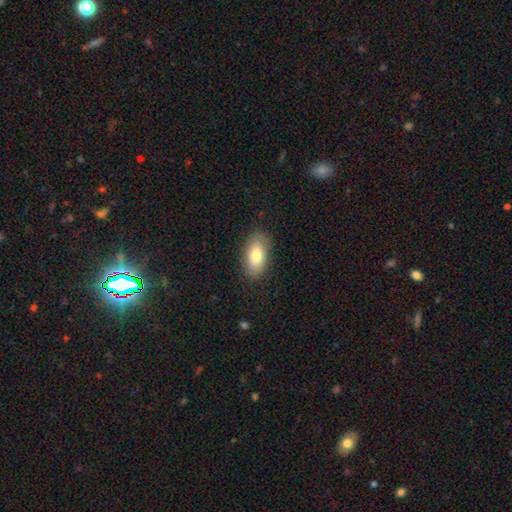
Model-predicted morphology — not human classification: Overall: smooth (79%). How rounded: in between (91%). Merging: none (86%).